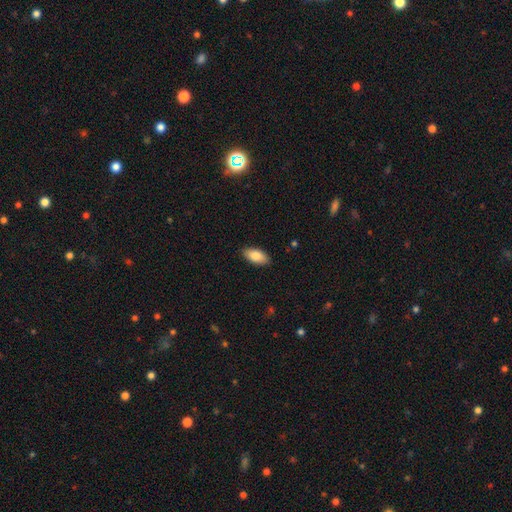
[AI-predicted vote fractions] Morphology: type=smooth (84%); roundness=in between (92%); merging=none (89%).